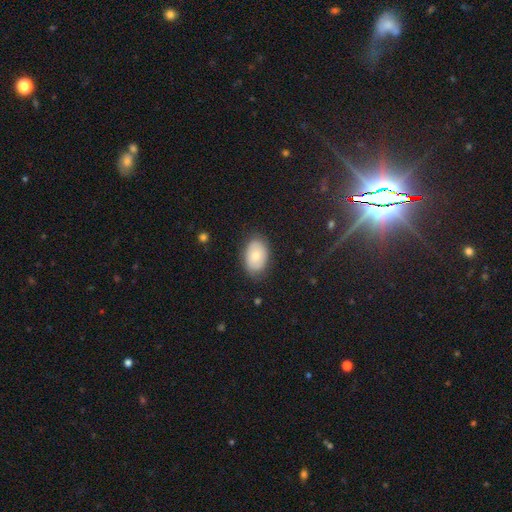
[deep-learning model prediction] This appears to be a smooth galaxy with no disk features (71%) that is in between round and cigar-shaped (87%). Merging: none (79%).